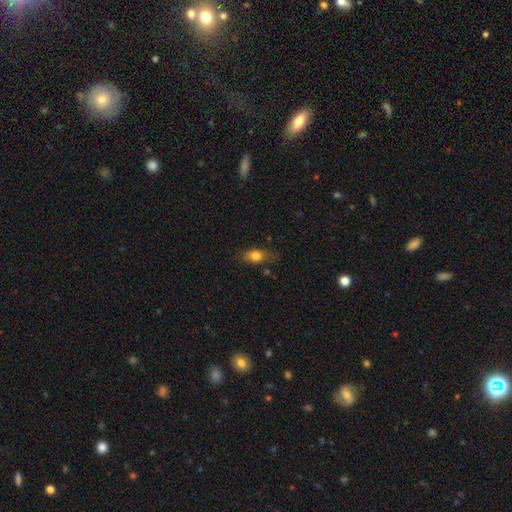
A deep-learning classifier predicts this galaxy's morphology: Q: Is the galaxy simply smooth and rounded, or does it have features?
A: smooth — 77%.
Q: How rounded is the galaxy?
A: in between — 76%.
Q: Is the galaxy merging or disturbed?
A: none — 69%.